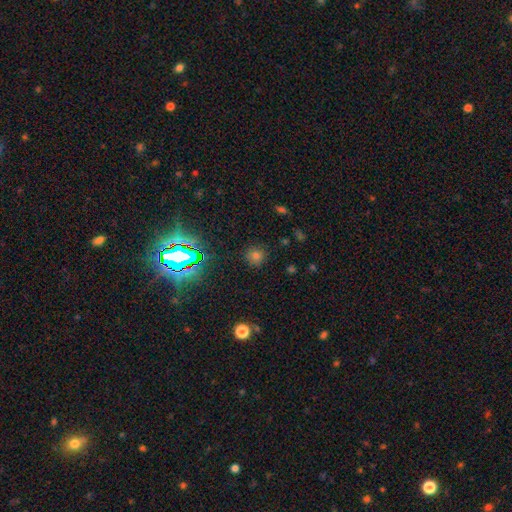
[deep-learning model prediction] Overall: smooth (54%; star or artifact 38%). How rounded: round (90%). Merging: none (87%).